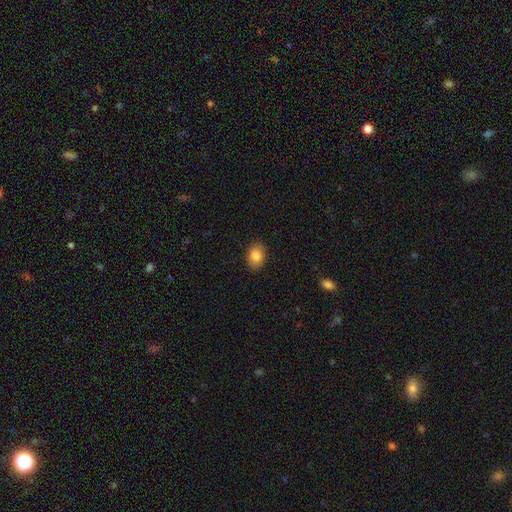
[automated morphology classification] Smooth or featured: smooth — 85% (star or artifact — 8%)
How rounded: in between — 74% (round — 25%)
Merging: none — 88% (minor disturbance — 9%)